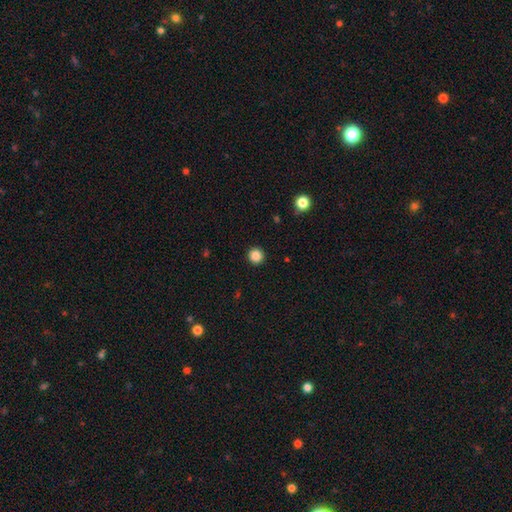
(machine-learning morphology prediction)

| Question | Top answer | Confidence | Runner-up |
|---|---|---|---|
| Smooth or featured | smooth | 86% | star or artifact (10%) |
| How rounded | round | 95% | in between (4%) |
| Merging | none | 93% | minor disturbance (5%) |